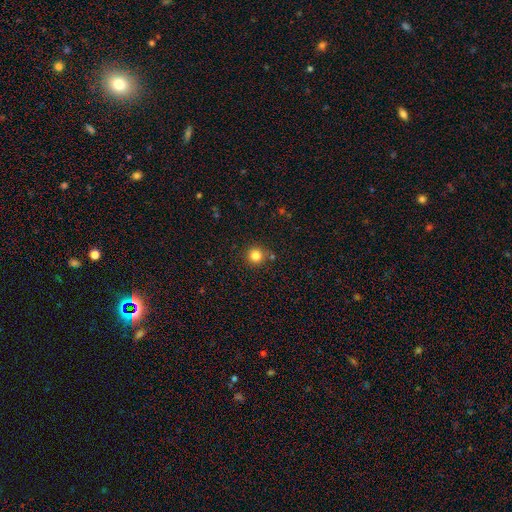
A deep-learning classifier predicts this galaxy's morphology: Overall: smooth (82%). How rounded: round (95%). Merging: none (85%).